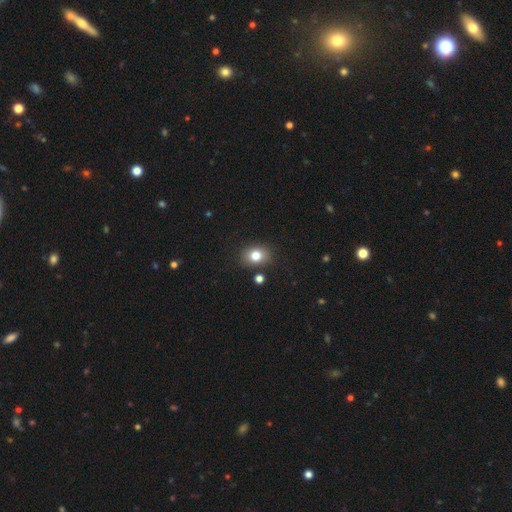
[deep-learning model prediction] Overall: smooth (79%). How rounded: round (54%; in between 46%). Merging: none (83%).